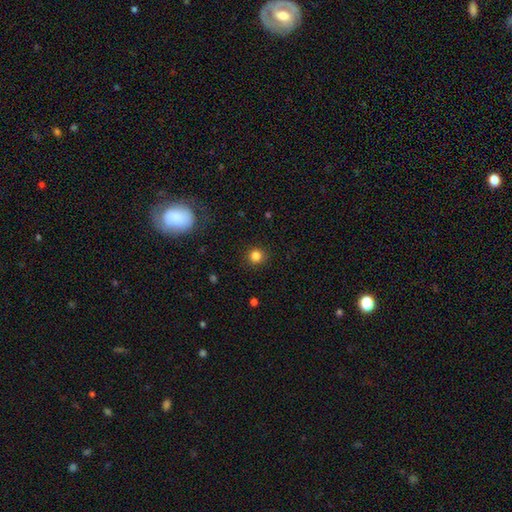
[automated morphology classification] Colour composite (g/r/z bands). It shows a smooth galaxy with no disk features (83%) that is round (92%). Merging: none (90%).